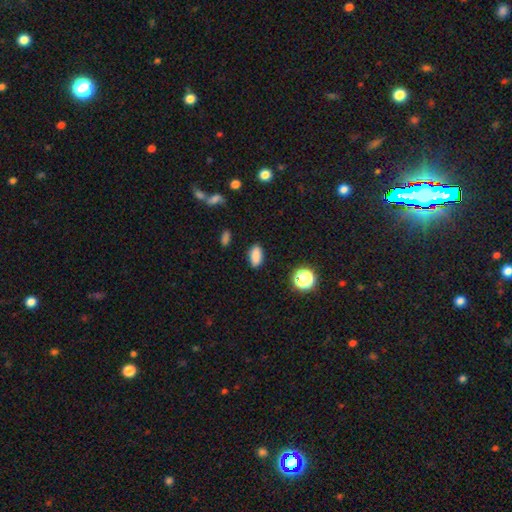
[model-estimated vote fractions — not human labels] Smooth or featured?
  - smooth: 85% *
  - star or artifact: 10%
  - featured or disk: 5%
How rounded?
  - in between: 86% *
  - cigar-shaped: 9%
  - round: 6%
Merging?
  - none: 87% *
  - minor disturbance: 9%
  - major disturbance: 2%
  - merger: 2%